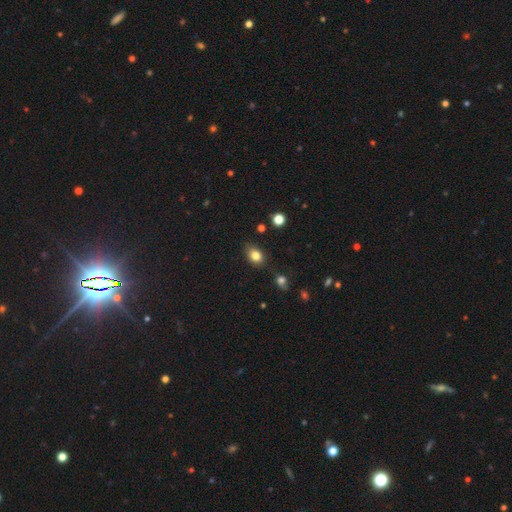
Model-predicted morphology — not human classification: A smooth galaxy with no disk features (81%) that is in between round and cigar-shaped (67%).

Vote fractions:
- Smooth or featured? smooth: 81% / star or artifact: 11% / featured or disk: 8%
- How rounded? in between: 67% / round: 31% / cigar-shaped: 1%
- Merging? none: 75% / minor disturbance: 18% / merger: 4% / major disturbance: 4%